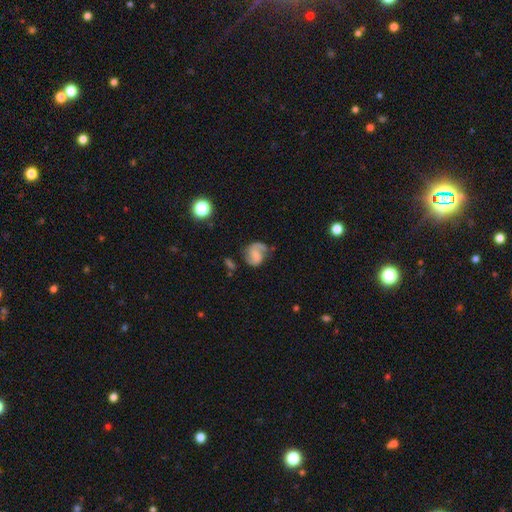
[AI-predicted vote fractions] Smooth or featured? featured or disk (65%)
Edge-on disk? no (98%)
Bar? no (53%)
Spiral arms? yes (91%)
Spiral winding? medium (44%)
Spiral arm count? 2 (70%)
Bulge size? none (56%)
Merging? none (52%)